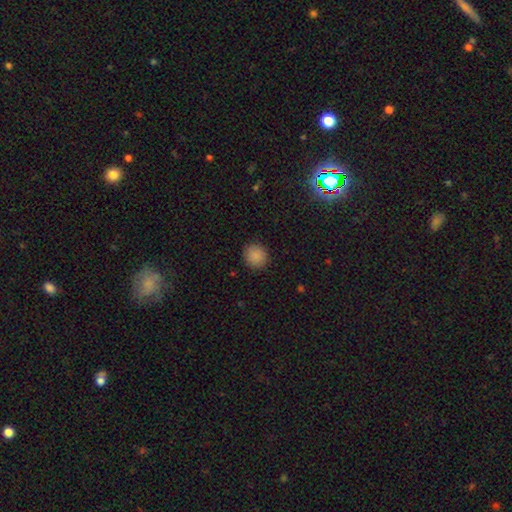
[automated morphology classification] This is clearly a smooth galaxy (88%). How rounded: clearly round (87%). Merging: clearly none (90%).